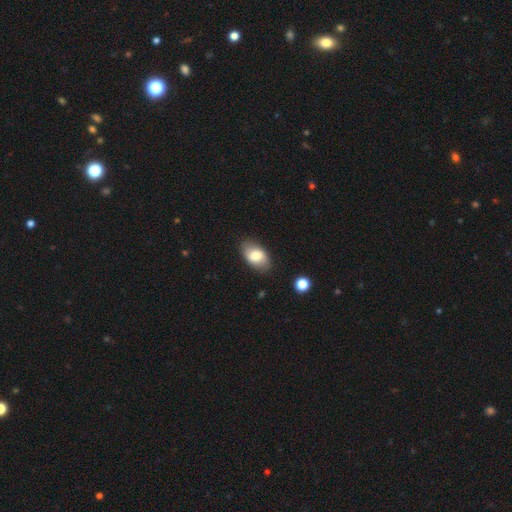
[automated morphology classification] type=smooth (76%); roundness=in between (92%); merging=none (82%).